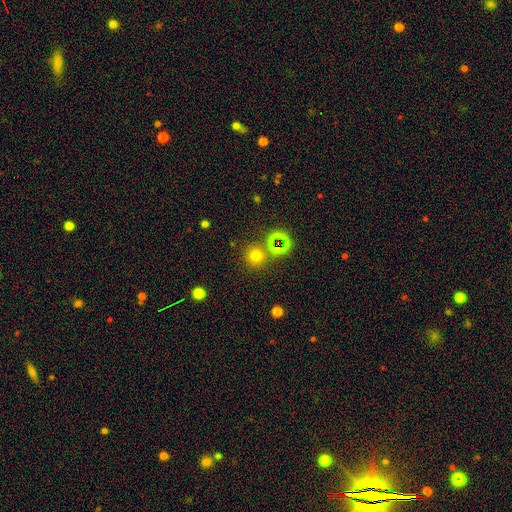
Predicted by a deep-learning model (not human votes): smooth-or-featured: smooth: 68% | star or artifact: 25% | featured or disk: 7%
  how-rounded: round: 93% | in between: 6% | cigar-shaped: 1%
  merging: none: 80% | merger: 9% | minor disturbance: 8% | major disturbance: 4%